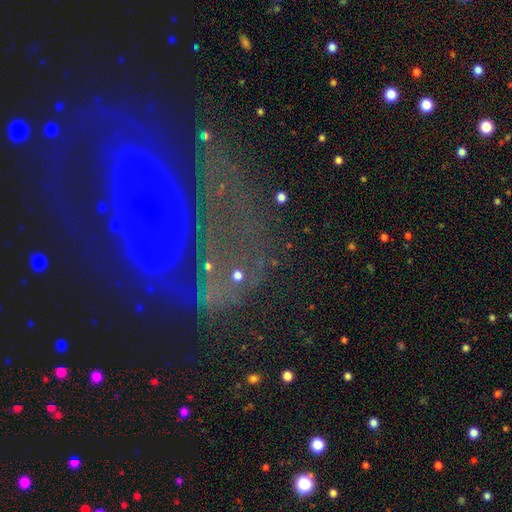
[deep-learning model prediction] A featured or disk galaxy (58%) with no bar (60%), spiral arms (62%) and a small central bulge (47%).

Vote fractions:
- Smooth or featured? featured or disk: 58% / star or artifact: 25% / smooth: 17%
- Edge-on disk? no: 92% / yes: 8%
- Bar? no: 60% / weak: 24% / strong: 16%
- Spiral arms? yes: 62% / no: 38%
- Bulge size? small: 47% / moderate: 41% / none: 4% / large: 4% / dominant: 3%
- Merging? none: 56% / major disturbance: 17% / minor disturbance: 17% / merger: 10%